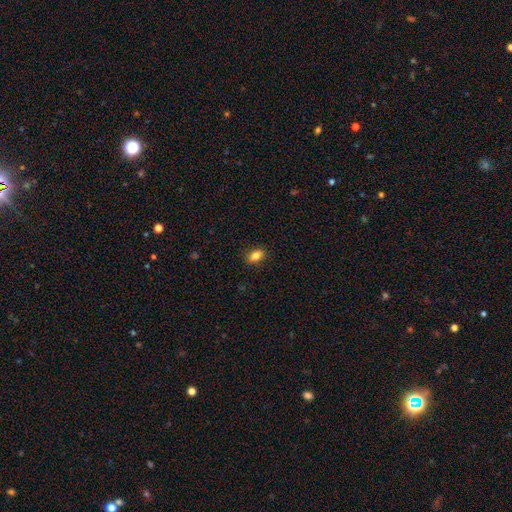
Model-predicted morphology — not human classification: Smooth or featured? smooth (83%)
How rounded? in between (84%)
Merging? none (87%)